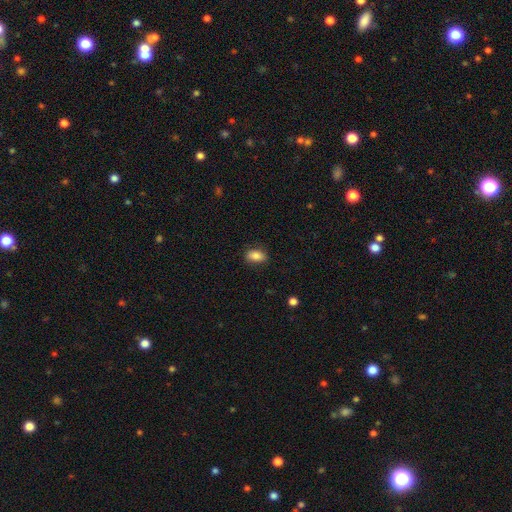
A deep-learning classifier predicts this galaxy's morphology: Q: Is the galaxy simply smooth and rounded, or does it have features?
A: smooth — 84%.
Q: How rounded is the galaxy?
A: in between — 87%.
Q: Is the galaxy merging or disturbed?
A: none — 84%.